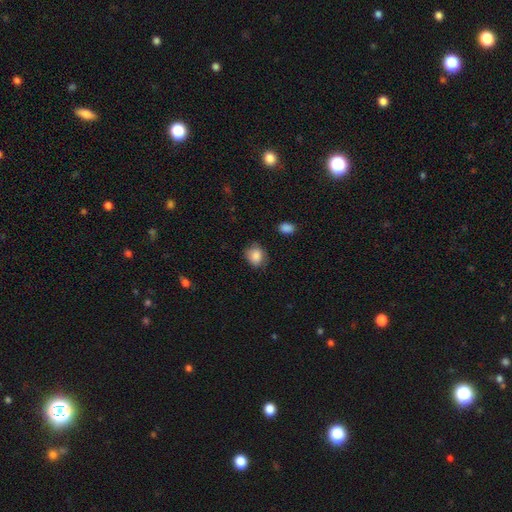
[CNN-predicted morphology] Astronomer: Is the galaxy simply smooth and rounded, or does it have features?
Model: smooth — 86%.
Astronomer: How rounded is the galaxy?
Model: round — 59% (runner-up: in between, 40%).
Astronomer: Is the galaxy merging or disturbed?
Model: none — 73%.